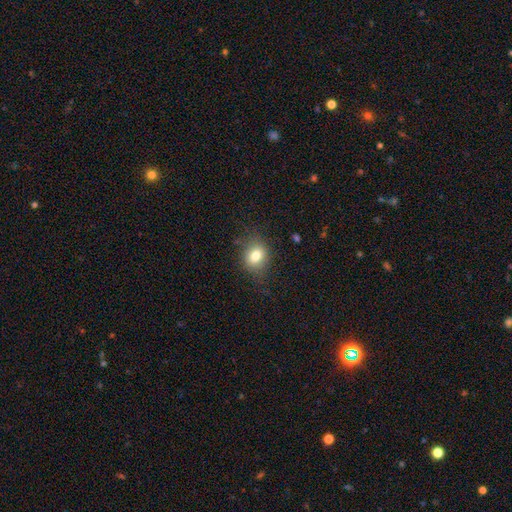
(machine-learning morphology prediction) Smooth or featured?
  - smooth: 79% *
  - star or artifact: 11%
  - featured or disk: 10%
How rounded?
  - round: 53% *
  - in between: 46%
  - cigar-shaped: 1%
Merging?
  - none: 79% *
  - minor disturbance: 15%
  - major disturbance: 5%
  - merger: 1%